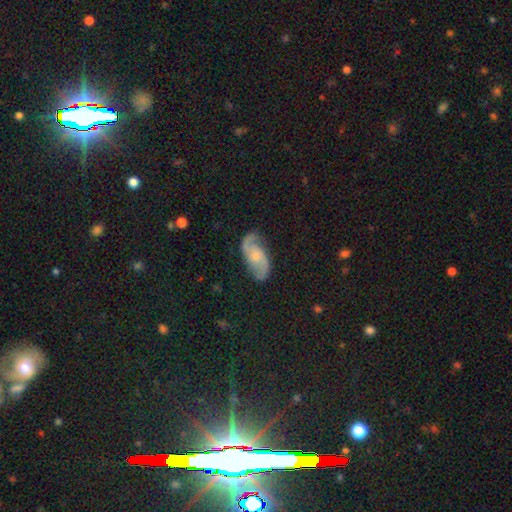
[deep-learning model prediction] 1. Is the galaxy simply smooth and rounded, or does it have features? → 82% featured or disk, 12% smooth, 6% star or artifact.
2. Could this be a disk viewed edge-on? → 97% no, 3% yes.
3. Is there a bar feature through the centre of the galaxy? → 62% no, 32% weak, 6% strong.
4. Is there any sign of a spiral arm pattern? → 96% yes, 4% no.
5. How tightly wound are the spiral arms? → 46% medium, 35% loose, 18% tight.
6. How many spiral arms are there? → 91% 2, 3% can't tell, 2% 1, 1% 3, 1% 4, 1% more than 4.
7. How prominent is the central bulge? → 56% small, 32% moderate, 9% none, 3% large, 1% dominant.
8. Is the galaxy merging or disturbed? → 77% none, 16% minor disturbance, 6% major disturbance, 1% merger.